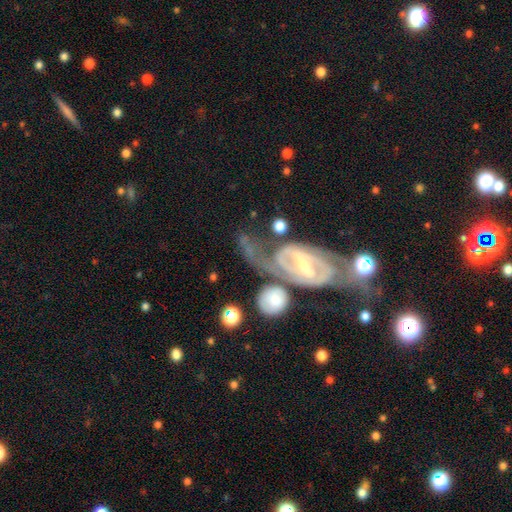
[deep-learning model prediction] smooth-or-featured: featured or disk: 84% | smooth: 8% | star or artifact: 8%
  disk-edge-on: no: 92% | yes: 8%
    bar: strong: 51% | weak: 34% | no: 14%
    has-spiral-arms: yes: 91% | no: 9%
      spiral-winding: medium: 42% | tight: 40% | loose: 17%
      spiral-arm-count: 2: 75% | can't tell: 13% | 1: 4% | 3: 4% | 4: 2% | more than 4: 2%
    bulge-size: small: 59% | moderate: 28% | none: 8% | large: 4% | dominant: 2%
  merging: none: 45% | major disturbance: 19% | minor disturbance: 18% | merger: 17%